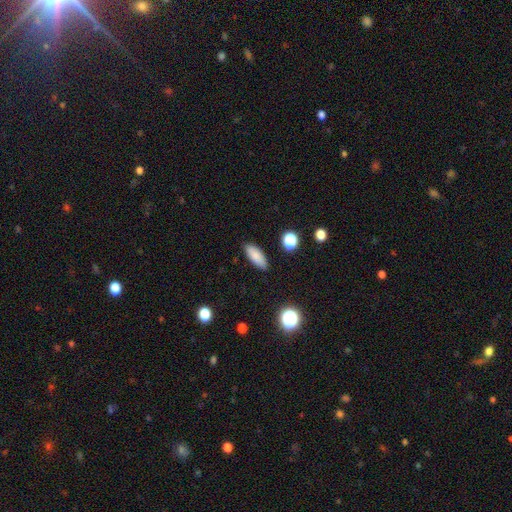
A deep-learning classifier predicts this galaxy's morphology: type=smooth (84%); roundness=in between (73%); merging=none (88%).